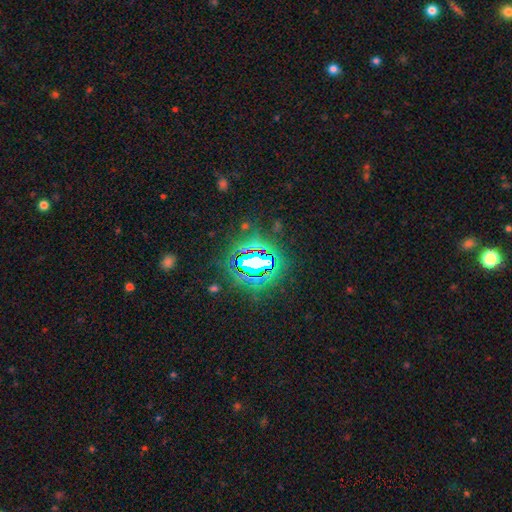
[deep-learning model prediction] Q: Smooth or featured?
A: star or artifact (82%); runner-up: smooth (10%)